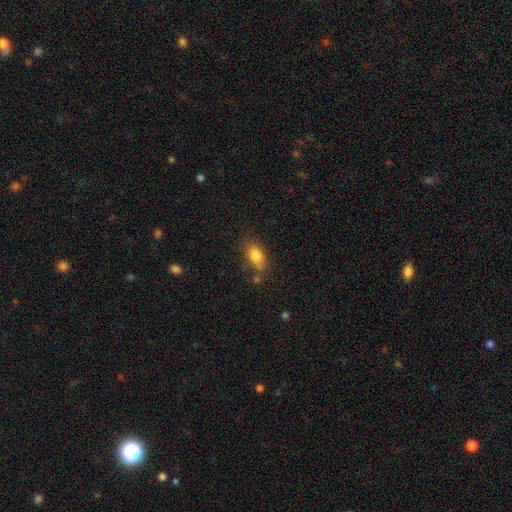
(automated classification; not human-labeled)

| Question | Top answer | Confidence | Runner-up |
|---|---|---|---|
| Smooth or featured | smooth | 82% | featured or disk (10%) |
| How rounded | in between | 84% | round (11%) |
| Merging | none | 67% | minor disturbance (21%) |